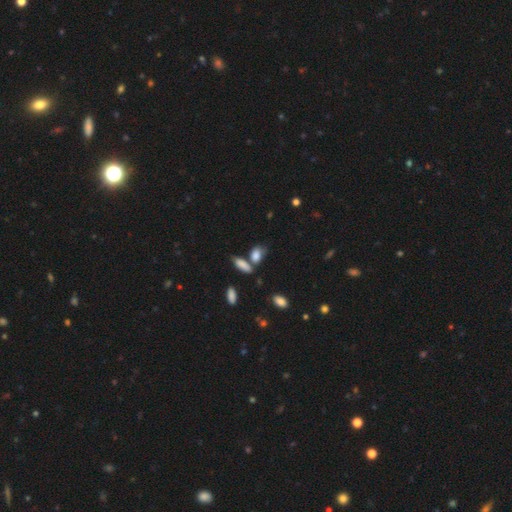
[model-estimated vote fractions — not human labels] smooth 81%, star or artifact 10%, featured or disk 9%. Down the decision tree: how rounded — in between (77%); merging — none (50%).